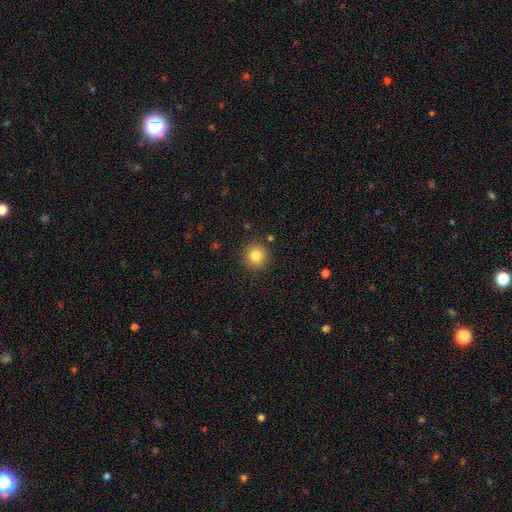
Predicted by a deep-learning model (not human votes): Smooth or featured?
  - smooth: 83% *
  - star or artifact: 11%
  - featured or disk: 6%
How rounded?
  - round: 94% *
  - in between: 6%
  - cigar-shaped: 1%
Merging?
  - none: 89% *
  - minor disturbance: 7%
  - major disturbance: 2%
  - merger: 2%